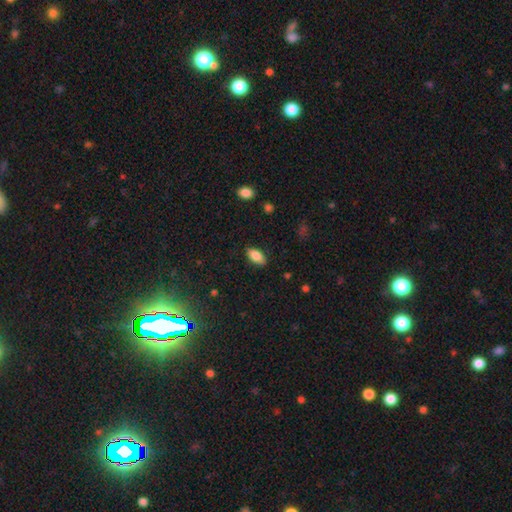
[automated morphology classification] Smooth or featured?
  - smooth: 82% *
  - featured or disk: 11%
  - star or artifact: 7%
How rounded?
  - in between: 89% *
  - cigar-shaped: 8%
  - round: 3%
Merging?
  - none: 86% *
  - minor disturbance: 11%
  - major disturbance: 2%
  - merger: 1%